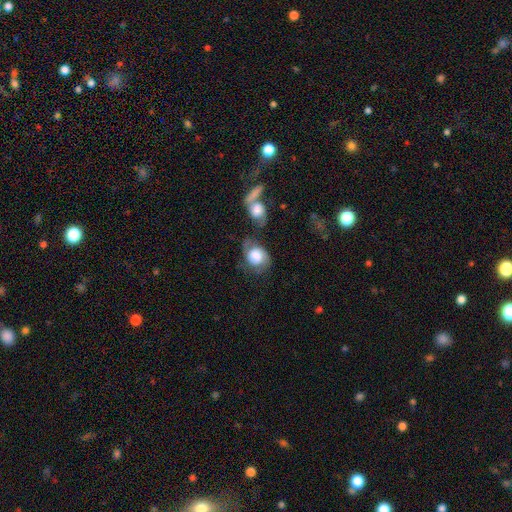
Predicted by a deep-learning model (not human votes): Smooth or featured? Predicted: smooth (p=0.48). Merging? Predicted: none (p=0.40).